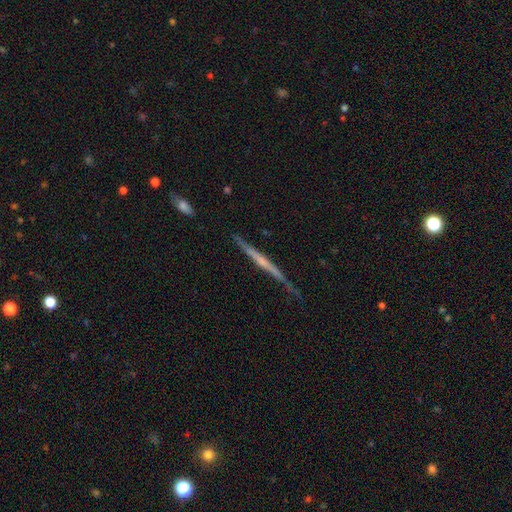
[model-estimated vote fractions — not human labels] Overall: featured or disk (71%). Edge-on disk: yes (97%). Edge-on bulge: none (57%; rounded 34%). Merging: none (78%).